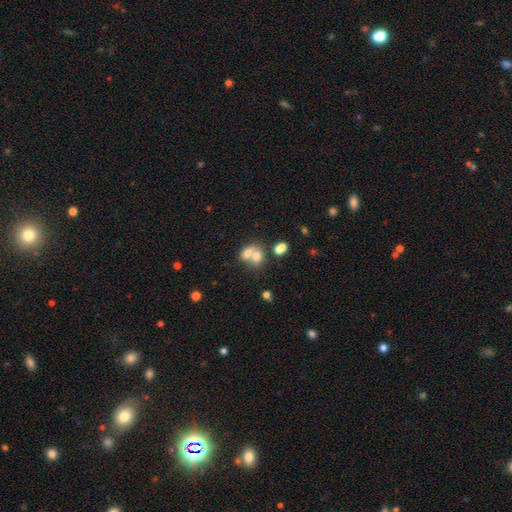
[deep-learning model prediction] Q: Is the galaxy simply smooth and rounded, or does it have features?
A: smooth — 70%.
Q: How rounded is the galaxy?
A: in between — 53%.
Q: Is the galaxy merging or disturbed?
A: merger — 69%.